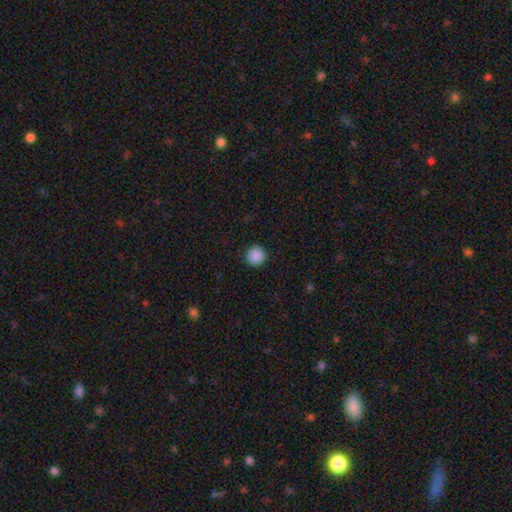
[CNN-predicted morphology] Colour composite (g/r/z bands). It shows a smooth galaxy with no disk features (89%) that is round (96%). Merging: none (93%).